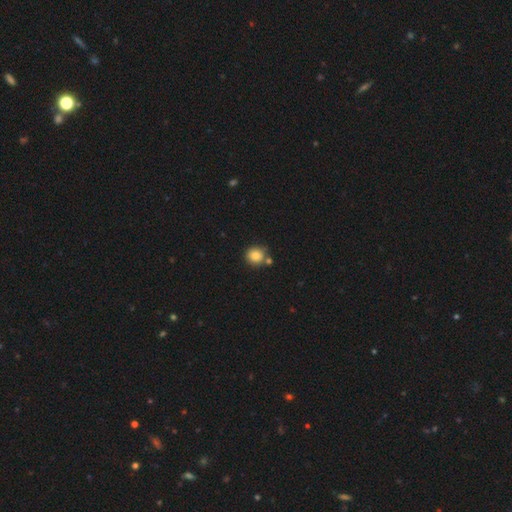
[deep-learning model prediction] The model was most divided on "merging": none: 72%, merger: 14%, minor disturbance: 11%, major disturbance: 3%. More confident: how rounded — round (90%); smooth or featured — smooth (84%).